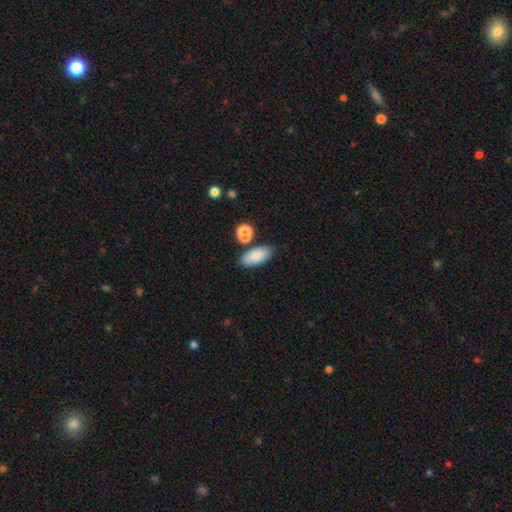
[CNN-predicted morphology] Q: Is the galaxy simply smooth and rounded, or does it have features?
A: smooth — 84%.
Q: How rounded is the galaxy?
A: in between — 87%.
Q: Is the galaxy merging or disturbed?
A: none — 74%.